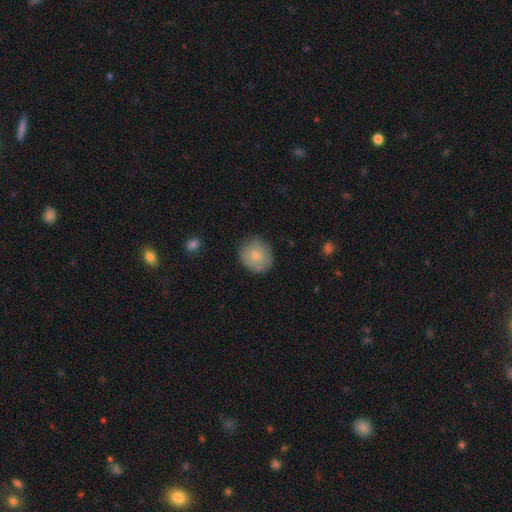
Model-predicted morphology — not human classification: smooth 74%, featured or disk 19%, star or artifact 7%. Down the decision tree: how rounded — round (79%); merging — none (73%).